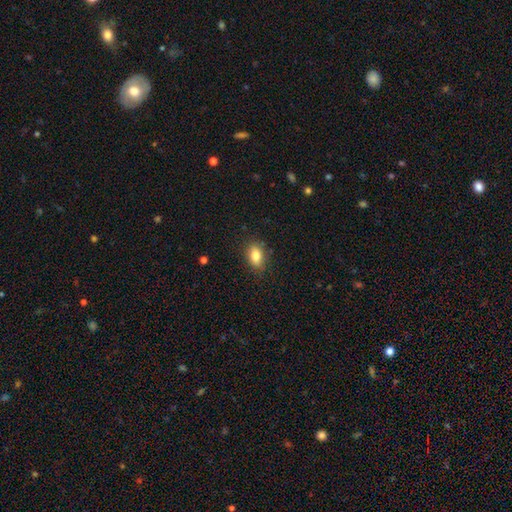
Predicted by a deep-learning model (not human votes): This appears to be a smooth galaxy with no disk features (83%) that is in between round and cigar-shaped (83%). Merging: none (84%).